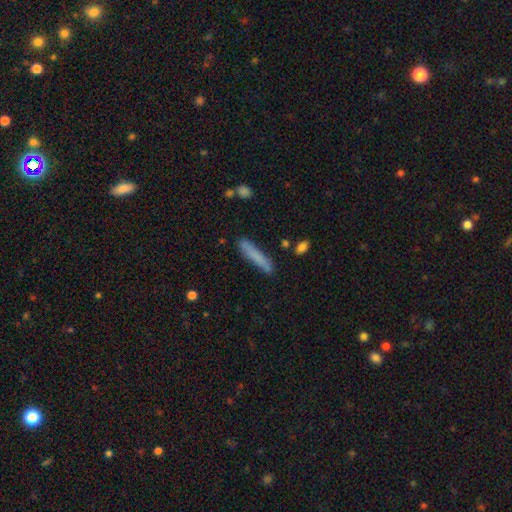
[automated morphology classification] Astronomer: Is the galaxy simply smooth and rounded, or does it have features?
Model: smooth — 77%.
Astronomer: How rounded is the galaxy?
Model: cigar-shaped — 93%.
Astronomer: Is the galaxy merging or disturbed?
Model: none — 84%.